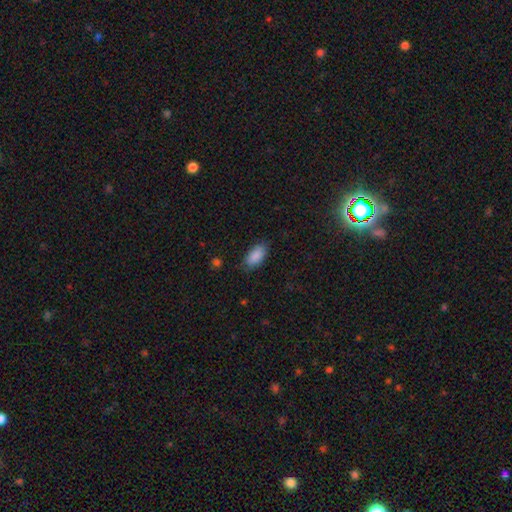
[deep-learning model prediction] smooth 88%, star or artifact 7%, featured or disk 5%. Down the decision tree: how rounded — in between (93%); merging — none (79%).